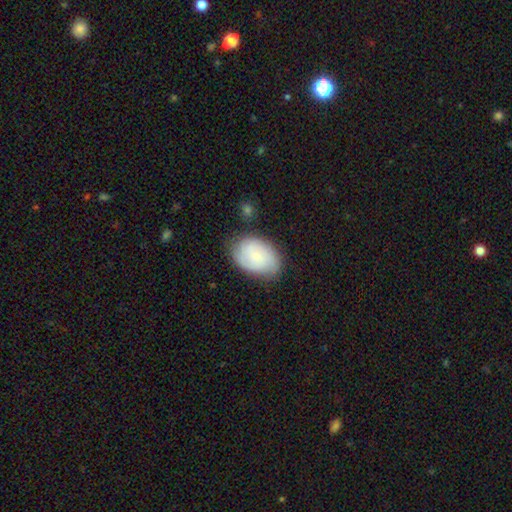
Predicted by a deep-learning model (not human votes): Overall: smooth (57%; featured or disk 36%). How rounded: in between (85%). Merging: none (72%).